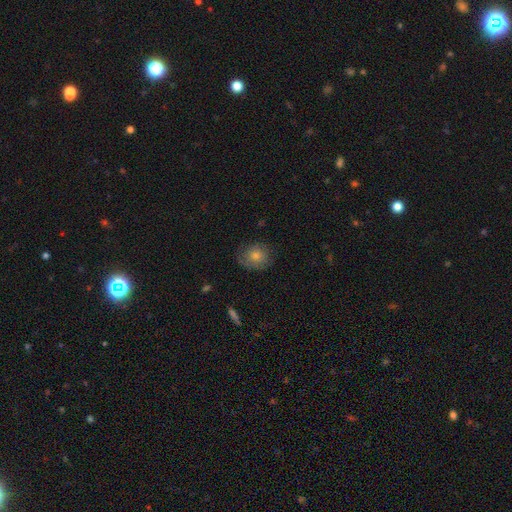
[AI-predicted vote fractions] smooth-or-featured: smooth: 55% | featured or disk: 34% | star or artifact: 12%
  how-rounded: round: 69% | in between: 30% | cigar-shaped: 1%
  merging: none: 72% | minor disturbance: 20% | major disturbance: 7% | merger: 1%